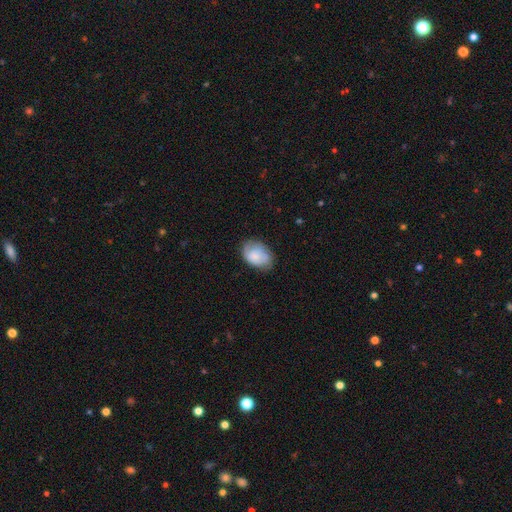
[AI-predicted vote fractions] Smooth or featured: smooth — 68% (featured or disk — 24%)
How rounded: in between — 78% (round — 21%)
Merging: none — 64% (minor disturbance — 27%)